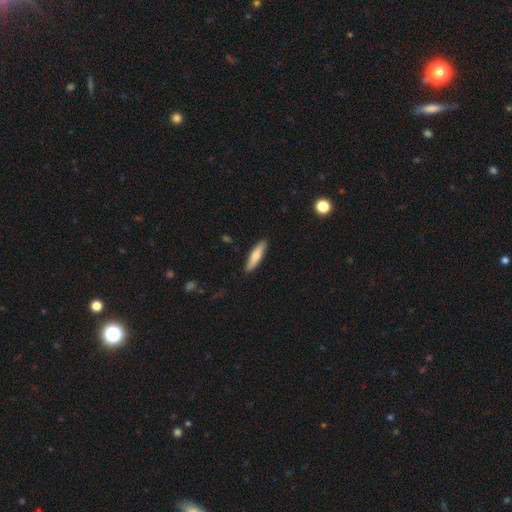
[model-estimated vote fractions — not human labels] smooth-or-featured: smooth: 73% | featured or disk: 22% | star or artifact: 5%
  how-rounded: cigar-shaped: 76% | in between: 23% | round: 2%
  merging: none: 88% | minor disturbance: 9% | major disturbance: 2% | merger: 1%